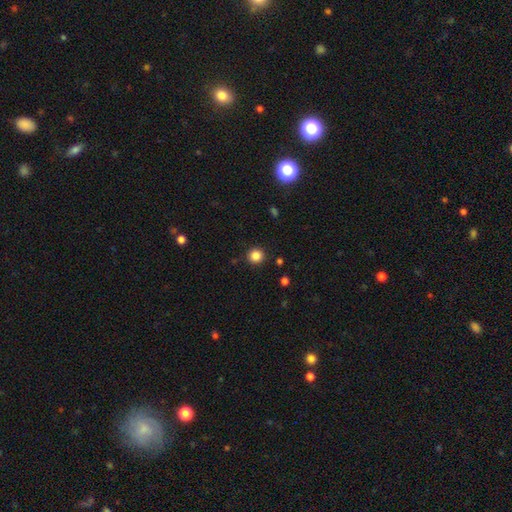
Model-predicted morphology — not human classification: type=smooth (85%); roundness=round (94%); merging=none (91%).